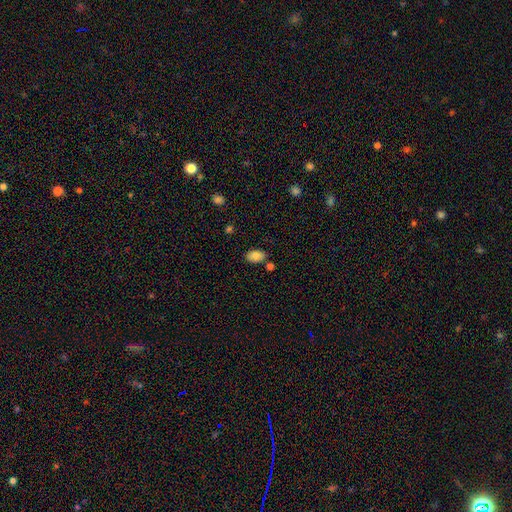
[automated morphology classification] A smooth galaxy with no disk features (81%) that is in between round and cigar-shaped (90%).

Vote fractions:
- Smooth or featured? smooth: 81% / featured or disk: 12% / star or artifact: 8%
- How rounded? in between: 90% / round: 8% / cigar-shaped: 1%
- Merging? none: 77% / minor disturbance: 14% / merger: 7% / major disturbance: 3%